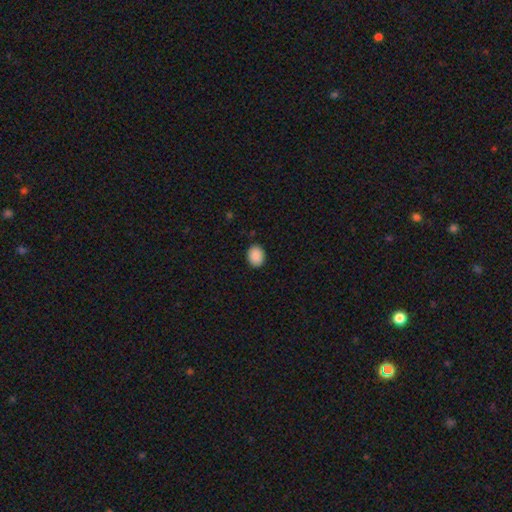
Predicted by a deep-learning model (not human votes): smooth-or-featured: smooth: 90% | star or artifact: 7% | featured or disk: 3%
  how-rounded: in between: 59% | round: 40% | cigar-shaped: 1%
  merging: none: 89% | minor disturbance: 8% | major disturbance: 2% | merger: 1%